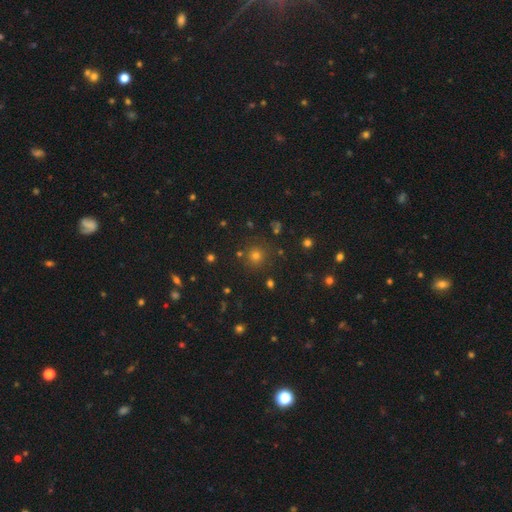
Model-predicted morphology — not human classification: This appears to be a smooth galaxy with no disk features (66%) that is round (94%). Merging: none (87%).